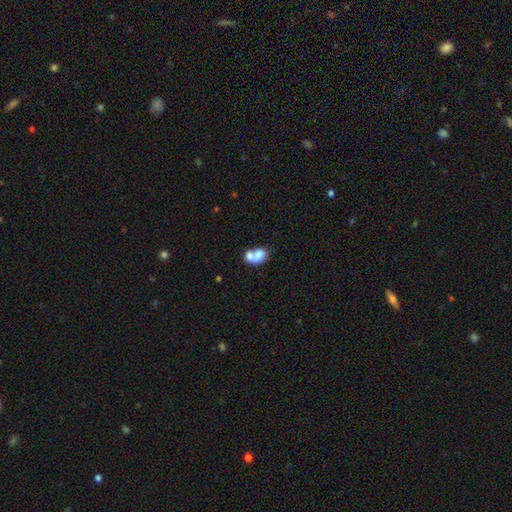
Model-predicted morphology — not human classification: This appears to be a smooth galaxy with no disk features (72%) that is in between round and cigar-shaped (70%). Merging: merger (65%).